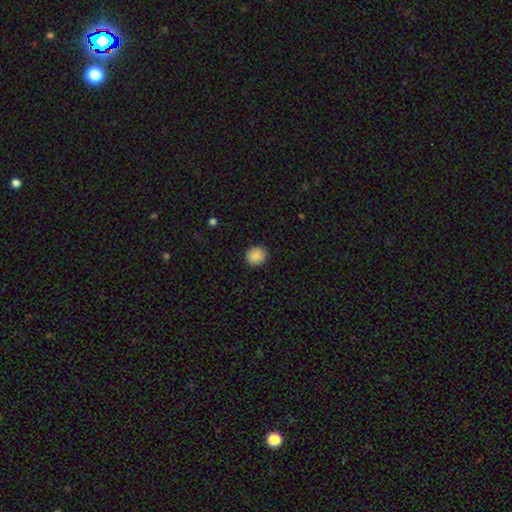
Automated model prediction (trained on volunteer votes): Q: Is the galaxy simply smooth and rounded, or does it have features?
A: smooth — 89%.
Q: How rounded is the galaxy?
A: round — 78%.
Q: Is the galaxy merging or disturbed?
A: none — 91%.